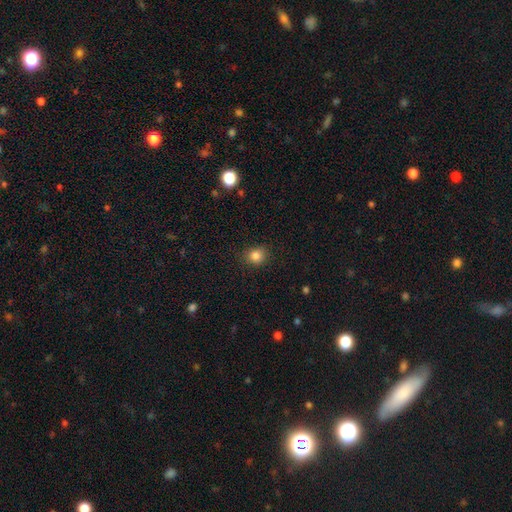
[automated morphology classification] The model was most divided on "how rounded": round: 78%, in between: 21%, cigar-shaped: 1%. More confident: merging — none (87%); smooth or featured — smooth (84%).